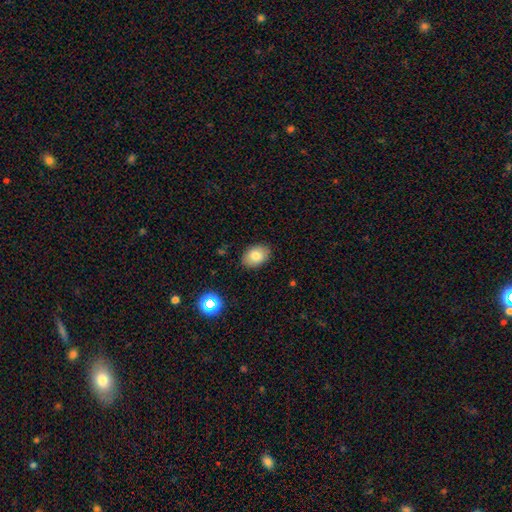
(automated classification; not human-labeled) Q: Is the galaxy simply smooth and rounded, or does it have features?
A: smooth — 81%.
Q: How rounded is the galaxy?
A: in between — 80%.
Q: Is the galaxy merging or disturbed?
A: none — 86%.